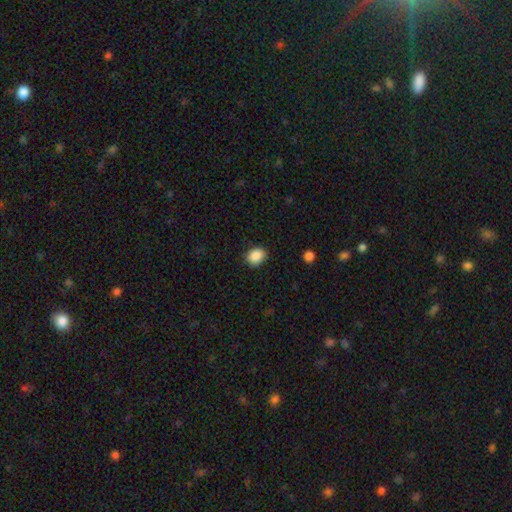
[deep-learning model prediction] smooth_or_featured: smooth (p=0.88) [alt: star or artifact p=0.08]
how_rounded: in between (p=0.53) [alt: round p=0.46]
merging: none (p=0.85) [alt: minor disturbance p=0.12]